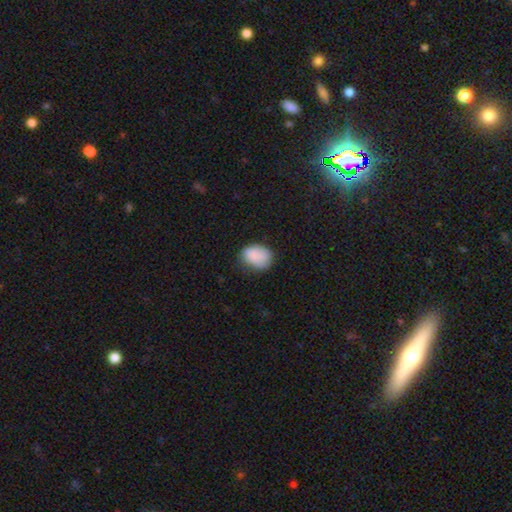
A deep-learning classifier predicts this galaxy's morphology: Smooth or featured? smooth (86%)
How rounded? in between (62%)
Merging? none (63%)